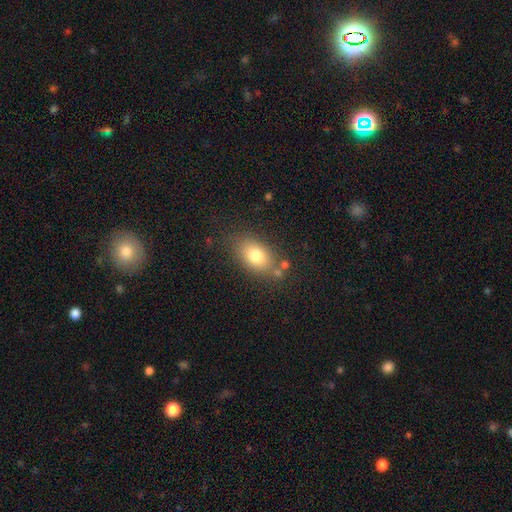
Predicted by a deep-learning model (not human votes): Smooth or featured? Predicted: smooth (p=0.78). How rounded? Predicted: in between (p=0.82). Merging? Predicted: none (p=0.73).